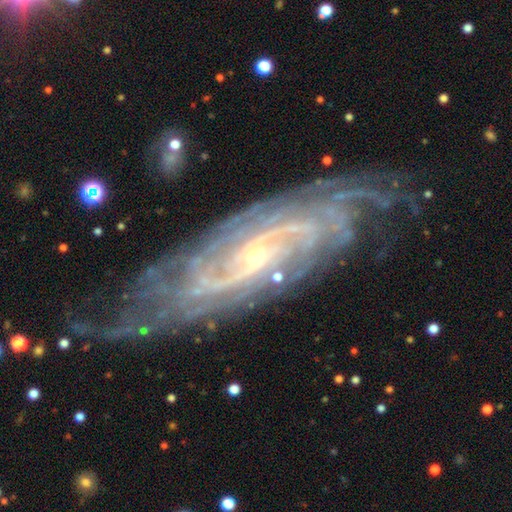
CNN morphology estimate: Overall: featured or disk (89%). Edge-on disk: no (89%). Bar: no (48%; weak 36%). Spiral arms: yes (98%). Spiral arm count: can't tell (31%; 2 16%). Spiral winding: tight (67%). Bulge size: small (76%). Merging: none (74%).